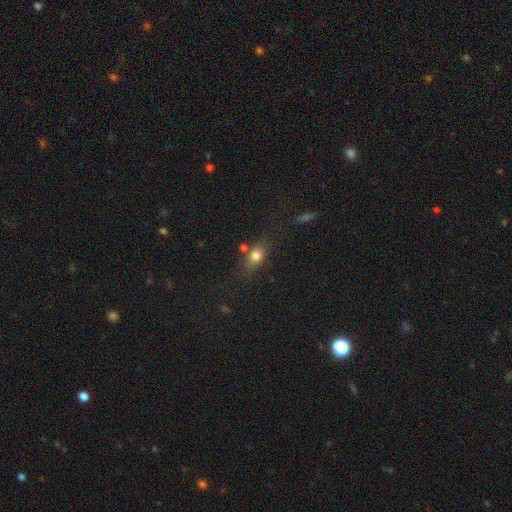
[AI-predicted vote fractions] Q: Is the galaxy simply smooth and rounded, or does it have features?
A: smooth — 77%.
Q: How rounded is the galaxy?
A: in between — 64%.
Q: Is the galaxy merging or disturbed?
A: none — 67%.